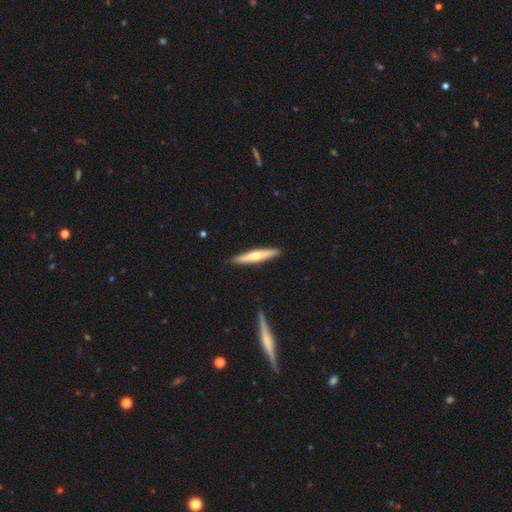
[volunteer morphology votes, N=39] featured or disk 54%, smooth 41%, star or artifact 5%. Down the decision tree: edge-on disk — yes (90%); edge-on bulge — rounded (100%); merging — none (97%).